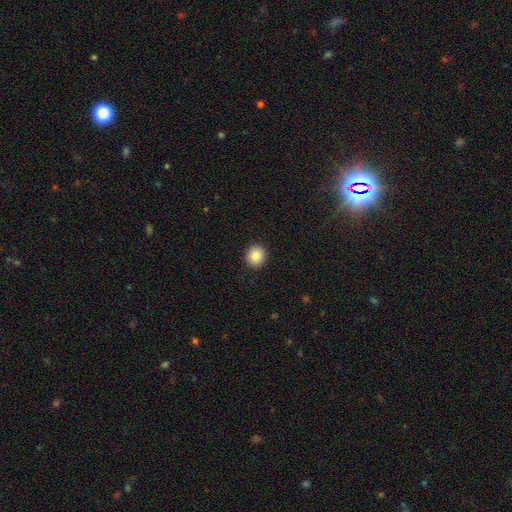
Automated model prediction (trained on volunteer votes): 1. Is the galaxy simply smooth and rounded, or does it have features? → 87% smooth, 9% star or artifact, 4% featured or disk.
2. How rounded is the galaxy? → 86% round, 13% in between, 1% cigar-shaped.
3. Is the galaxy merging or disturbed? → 92% none, 5% minor disturbance, 2% major disturbance, 1% merger.